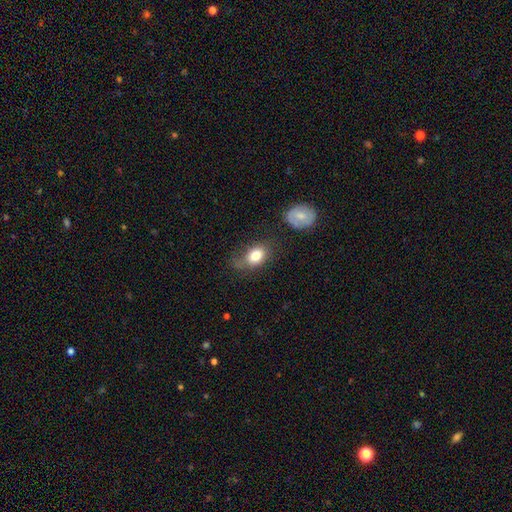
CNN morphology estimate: type=smooth (80%); roundness=in between (74%); merging=none (46%).